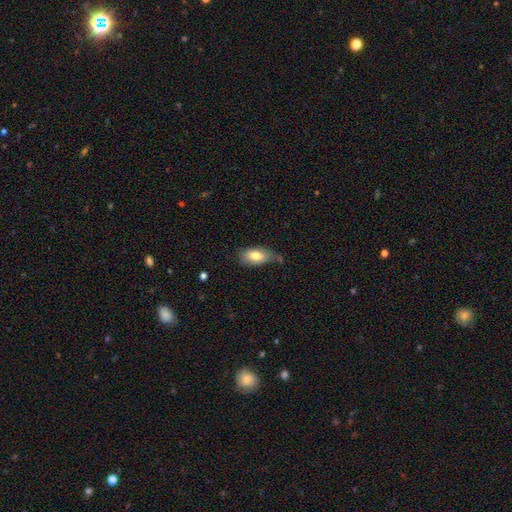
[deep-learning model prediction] Smooth or featured?
  - smooth: 77% *
  - featured or disk: 16%
  - star or artifact: 7%
How rounded?
  - in between: 90% *
  - round: 5%
  - cigar-shaped: 4%
Merging?
  - none: 48% *
  - minor disturbance: 35%
  - major disturbance: 11%
  - merger: 6%